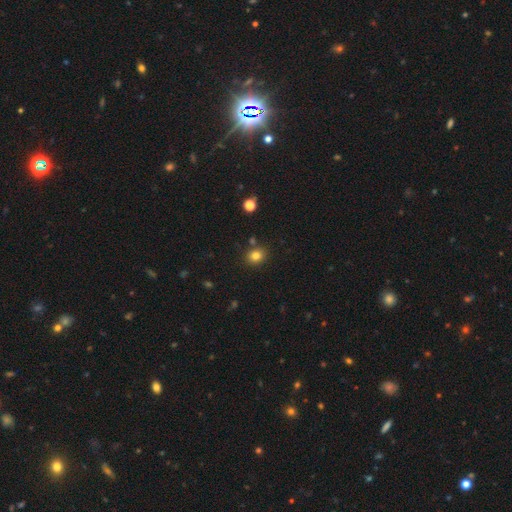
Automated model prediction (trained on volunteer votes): smooth_or_featured: smooth (p=0.81) [alt: star or artifact p=0.13]
how_rounded: round (p=0.63) [alt: in between p=0.36]
merging: none (p=0.83) [alt: minor disturbance p=0.09]